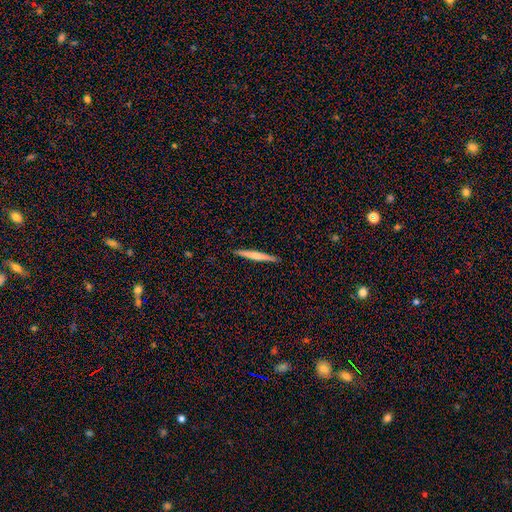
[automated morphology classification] This appears to be a smooth galaxy with no disk features (50%) that is cigar-shaped (96%). Merging: none (91%).